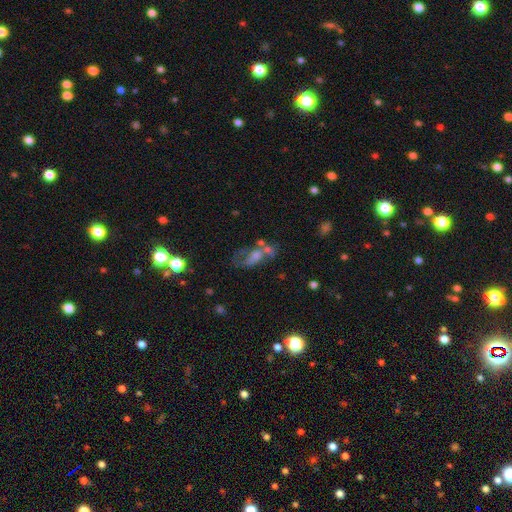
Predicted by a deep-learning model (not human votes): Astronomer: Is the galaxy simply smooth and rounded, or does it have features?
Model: featured or disk — 46% (runner-up: smooth, 33%).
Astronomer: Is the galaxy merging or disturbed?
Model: none — 33% (runner-up: major disturbance, 26%).